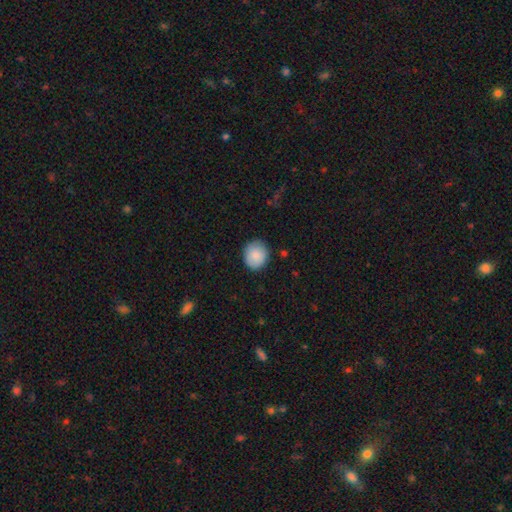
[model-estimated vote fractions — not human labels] Smooth or featured? Predicted: smooth (p=0.86). How rounded? Predicted: round (p=0.79). Merging? Predicted: none (p=0.83).